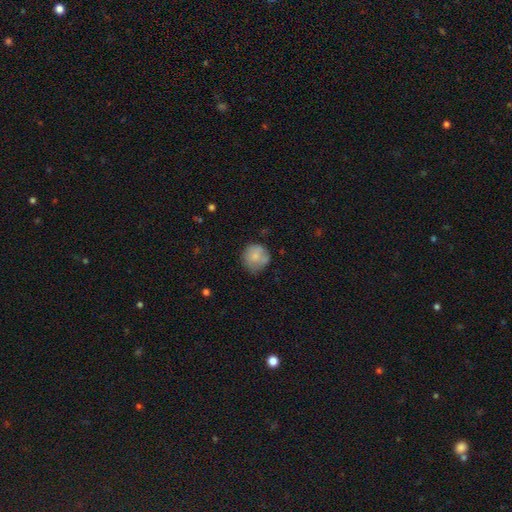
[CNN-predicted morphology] The model was most divided on "merging": none: 62%, minor disturbance: 28%, major disturbance: 8%, merger: 3%. More confident: how rounded — round (88%); smooth or featured — smooth (77%).